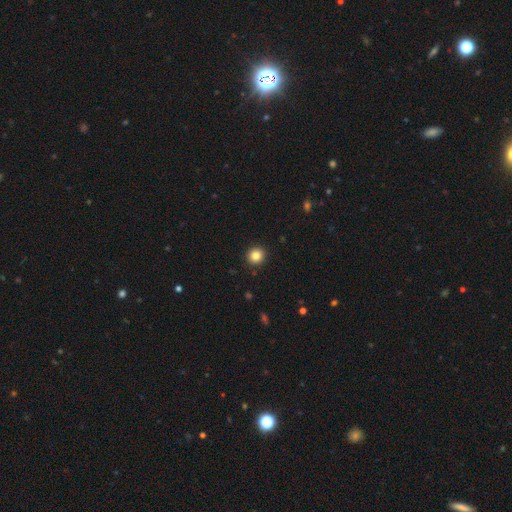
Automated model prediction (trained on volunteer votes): Morphology: type=smooth (84%); roundness=round (91%); merging=none (93%).